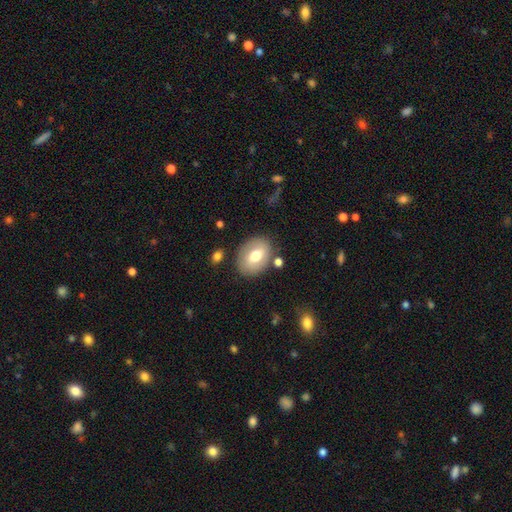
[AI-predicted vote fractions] The model was most divided on "how rounded": in between: 67%, round: 32%, cigar-shaped: 1%. More confident: merging — none (80%); smooth or featured — smooth (65%).